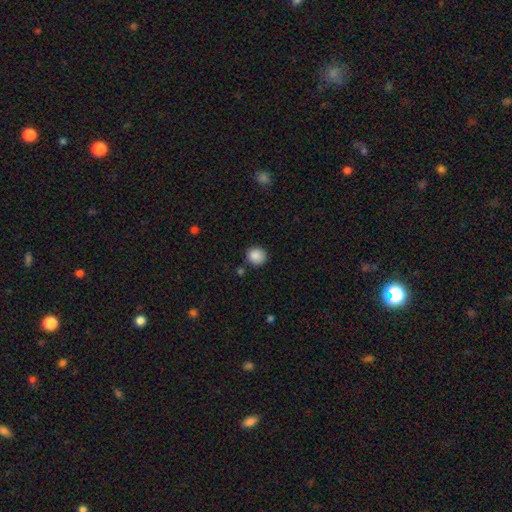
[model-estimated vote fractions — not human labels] Smooth or featured? Predicted: smooth (p=0.88). How rounded? Predicted: round (p=0.89). Merging? Predicted: none (p=0.86).